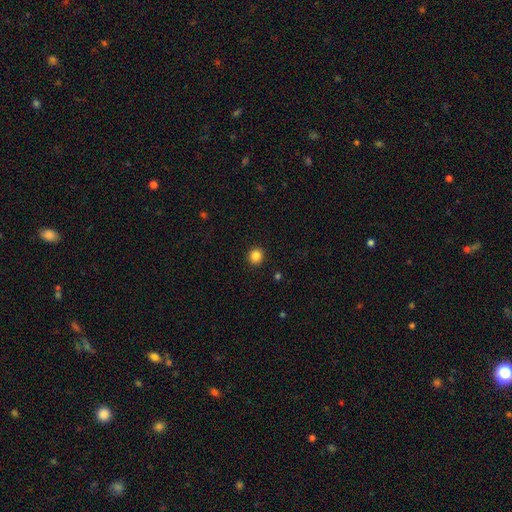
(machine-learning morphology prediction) Smooth or featured?
  - smooth: 85% *
  - star or artifact: 11%
  - featured or disk: 4%
How rounded?
  - round: 91% *
  - in between: 8%
  - cigar-shaped: 1%
Merging?
  - none: 93% *
  - minor disturbance: 5%
  - major disturbance: 2%
  - merger: 1%